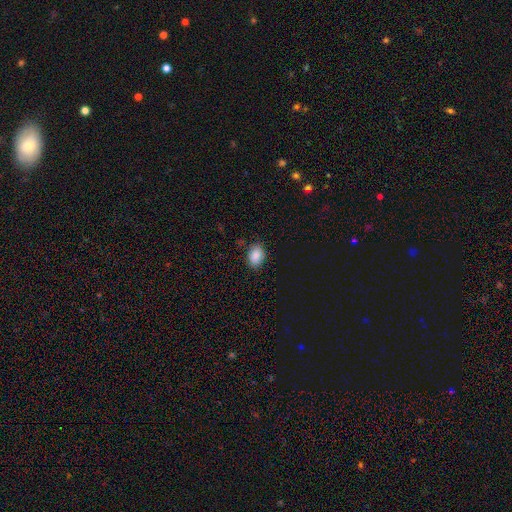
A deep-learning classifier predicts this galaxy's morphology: smooth_or_featured: smooth (p=0.87) [alt: star or artifact p=0.08]
how_rounded: in between (p=0.80) [alt: round p=0.19]
merging: none (p=0.83) [alt: minor disturbance p=0.13]